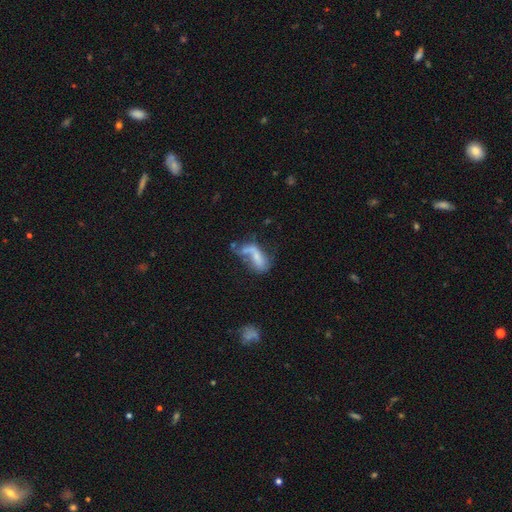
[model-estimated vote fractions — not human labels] Q: Smooth or featured?
A: smooth (50%); runner-up: featured or disk (40%)
Q: Merging?
A: major disturbance (32%); runner-up: merger (28%)